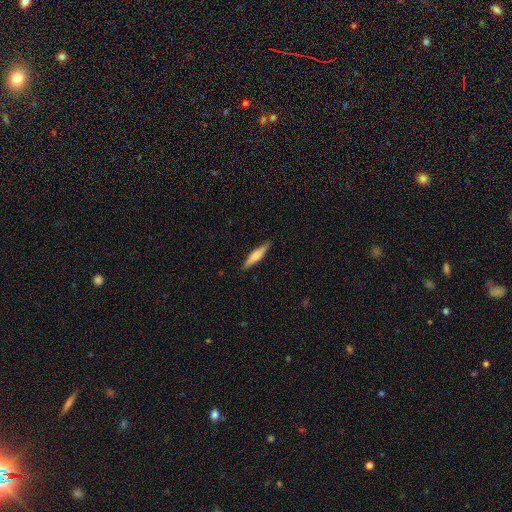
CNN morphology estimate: A smooth galaxy with no disk features (52%) that is cigar-shaped (84%).

Vote fractions:
- Smooth or featured? smooth: 52% / featured or disk: 43% / star or artifact: 6%
- How rounded? cigar-shaped: 84% / in between: 14% / round: 2%
- Merging? none: 89% / minor disturbance: 8% / major disturbance: 2% / merger: 1%